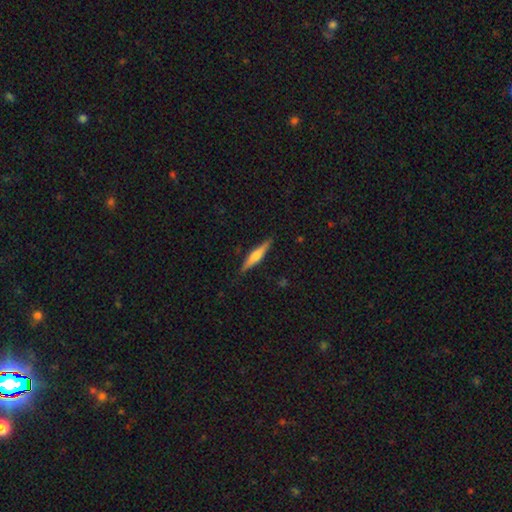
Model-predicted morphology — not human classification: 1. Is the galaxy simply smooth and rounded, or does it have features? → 52% featured or disk, 42% smooth, 6% star or artifact.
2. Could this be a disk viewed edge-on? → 97% yes, 3% no.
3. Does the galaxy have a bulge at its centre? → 75% rounded, 14% boxy, 10% none.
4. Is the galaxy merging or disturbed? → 89% none, 8% minor disturbance, 2% major disturbance, 1% merger.